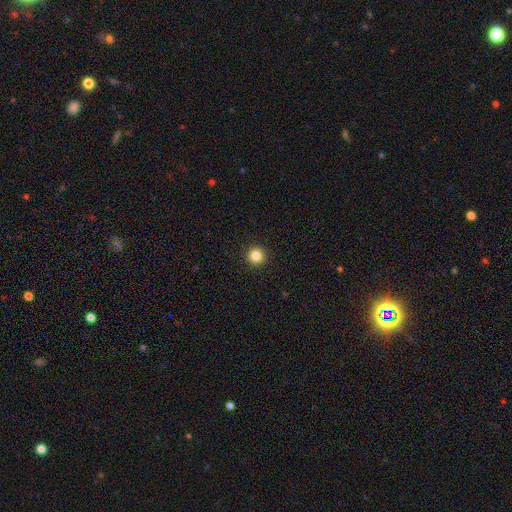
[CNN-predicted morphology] Smooth or featured?
  - smooth: 84% *
  - star or artifact: 12%
  - featured or disk: 4%
How rounded?
  - round: 96% *
  - in between: 3%
  - cigar-shaped: 1%
Merging?
  - none: 94% *
  - minor disturbance: 4%
  - major disturbance: 1%
  - merger: 1%